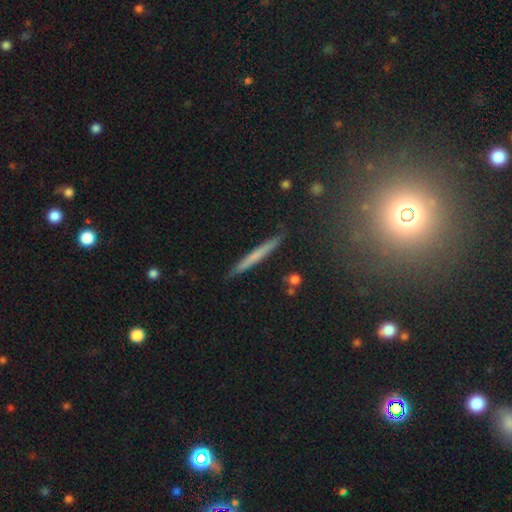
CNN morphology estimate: Smooth or featured? smooth (51%)
How rounded? cigar-shaped (96%)
Merging? none (89%)